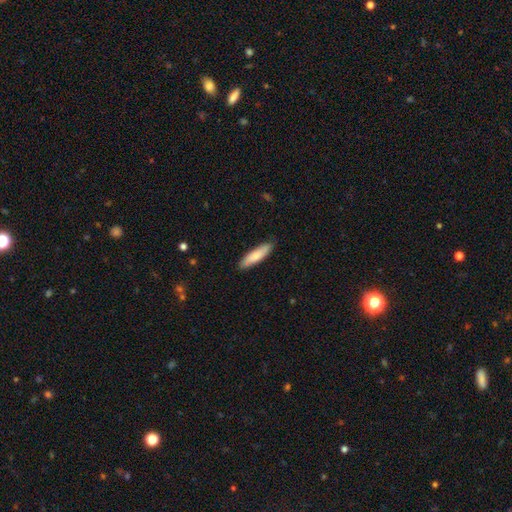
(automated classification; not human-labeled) Morphology: type=smooth (79%); roundness=cigar-shaped (75%); merging=none (88%).